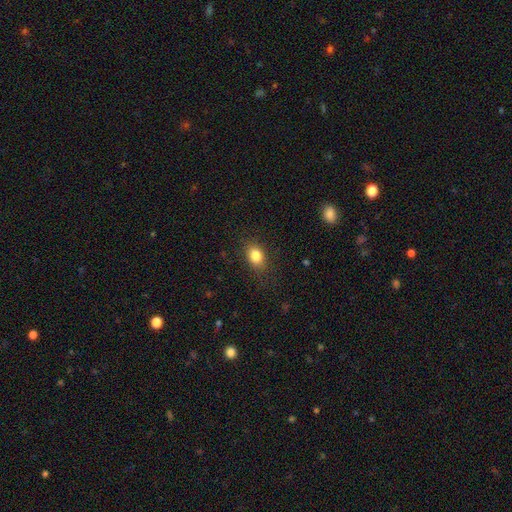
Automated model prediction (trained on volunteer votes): The model was most divided on "how rounded": in between: 77%, round: 22%, cigar-shaped: 2%. More confident: merging — none (85%); smooth or featured — smooth (84%).